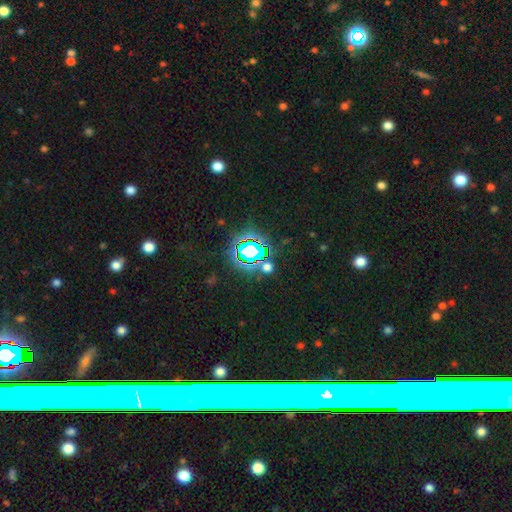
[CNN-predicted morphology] The model was most divided on "smooth or featured": star or artifact: 72%, smooth: 18%, featured or disk: 10%.